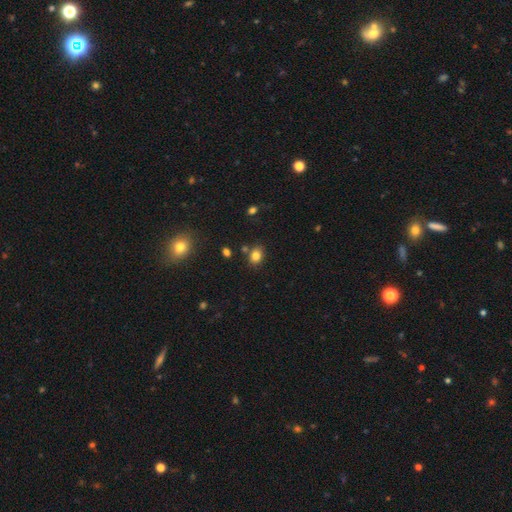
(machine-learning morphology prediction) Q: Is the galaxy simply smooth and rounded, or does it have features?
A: smooth — 81%.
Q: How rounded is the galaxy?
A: in between — 57%.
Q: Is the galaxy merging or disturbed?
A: none — 77%.